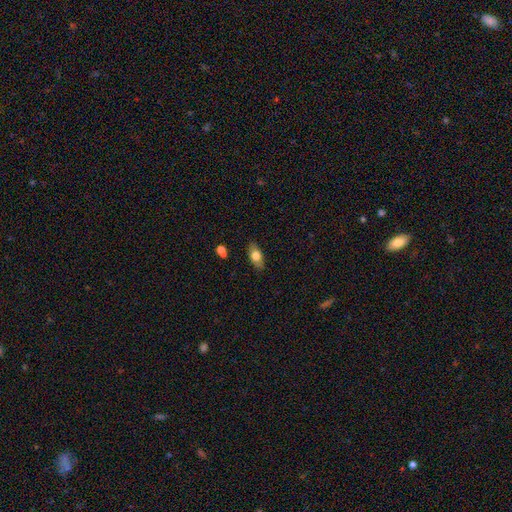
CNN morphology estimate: Q: Smooth or featured?
A: smooth (70%); runner-up: featured or disk (23%)
Q: How rounded?
A: in between (85%); runner-up: cigar-shaped (10%)
Q: Merging?
A: none (83%); runner-up: minor disturbance (12%)